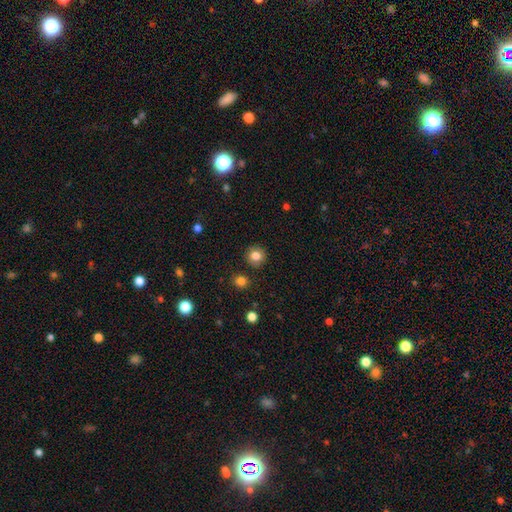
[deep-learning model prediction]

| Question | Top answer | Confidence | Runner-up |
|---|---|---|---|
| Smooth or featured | smooth | 82% | star or artifact (11%) |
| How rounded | round | 91% | in between (8%) |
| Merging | none | 89% | minor disturbance (7%) |